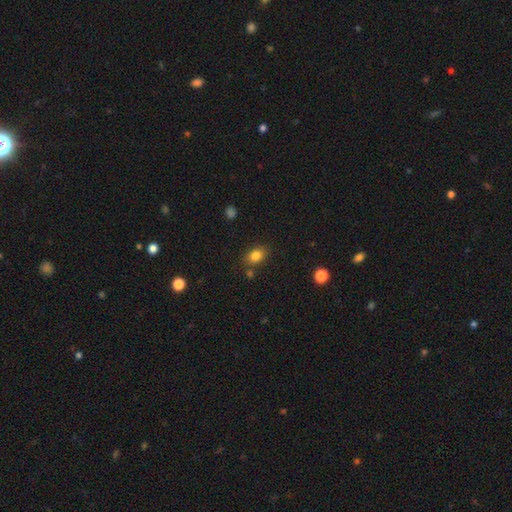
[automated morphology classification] Smooth or featured? smooth (83%)
How rounded? in between (78%)
Merging? none (77%)